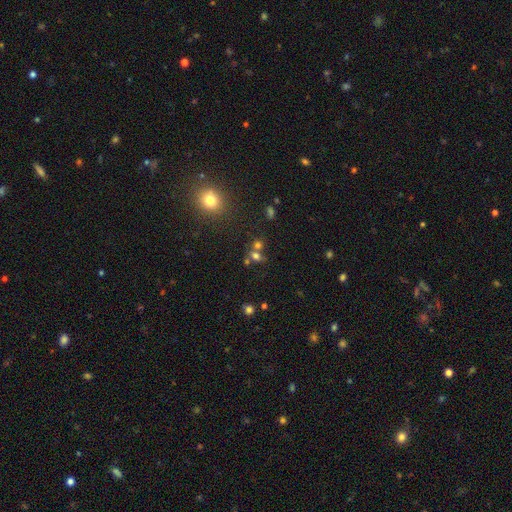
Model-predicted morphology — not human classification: Smooth or featured? Predicted: smooth (p=0.63). How rounded? Predicted: round (p=0.62). Merging? Predicted: merger (p=0.46).